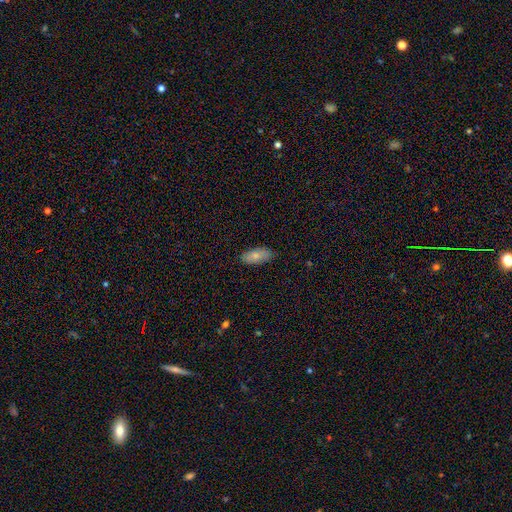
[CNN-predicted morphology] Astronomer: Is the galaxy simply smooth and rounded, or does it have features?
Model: smooth — 77%.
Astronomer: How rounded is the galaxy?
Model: in between — 89%.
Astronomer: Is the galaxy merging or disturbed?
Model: none — 85%.